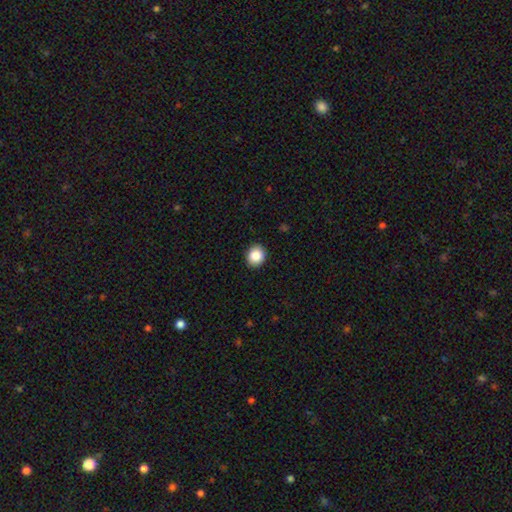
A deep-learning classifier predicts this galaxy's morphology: This appears to be a smooth galaxy with no disk features (87%) that is round (76%). Merging: none (91%).